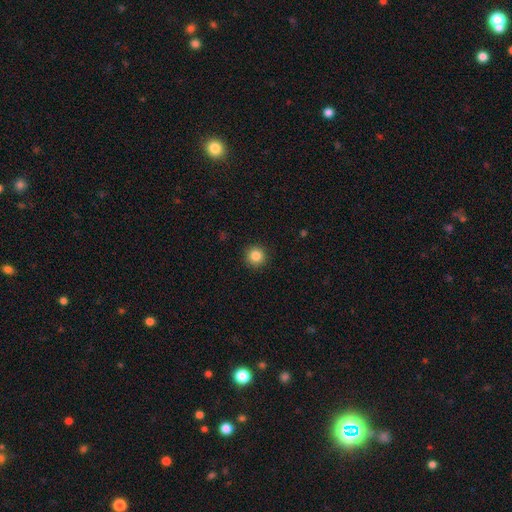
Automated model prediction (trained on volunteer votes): Smooth or featured? Predicted: smooth (p=0.85). How rounded? Predicted: round (p=0.95). Merging? Predicted: none (p=0.92).